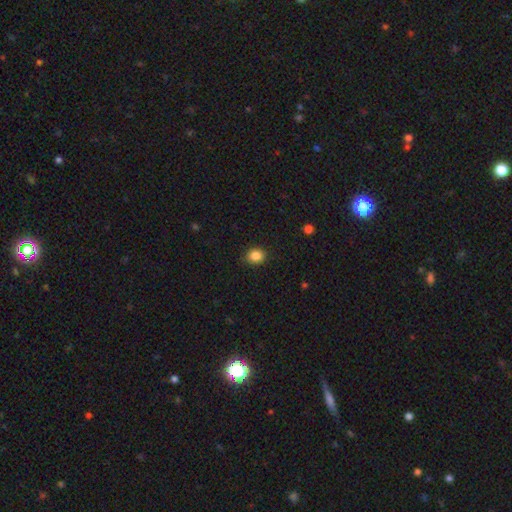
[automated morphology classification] Smooth or featured? smooth (86%)
How rounded? round (67%)
Merging? none (87%)